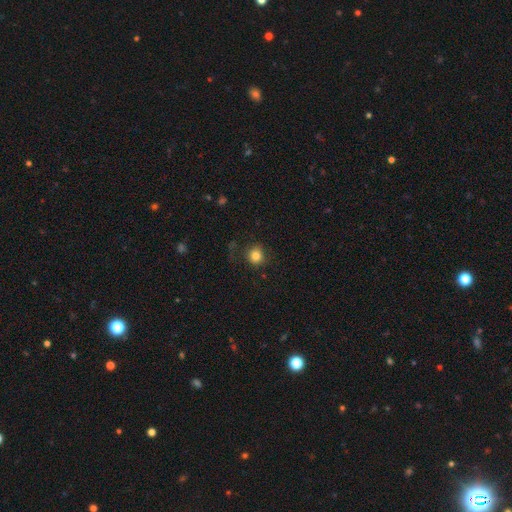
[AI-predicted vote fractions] Morphology: type=smooth (83%); roundness=round (89%); merging=none (81%).